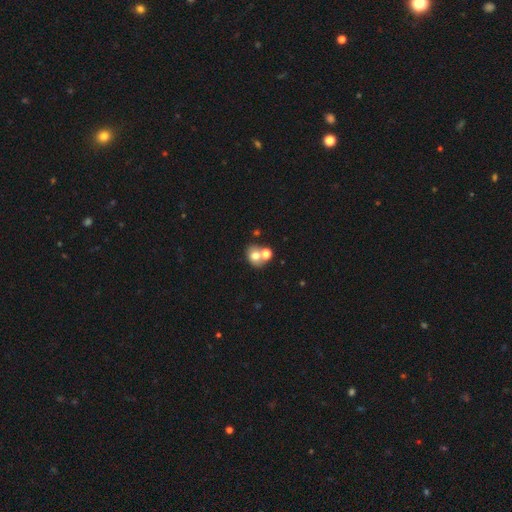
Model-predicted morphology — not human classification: The model was most divided on "merging": merger: 46%, none: 41%, minor disturbance: 9%, major disturbance: 4%. More confident: smooth or featured — smooth (70%); how rounded — round (61%).